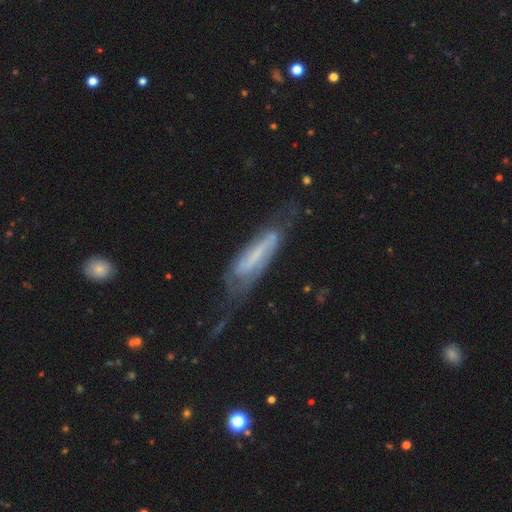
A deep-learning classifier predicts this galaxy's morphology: Smooth or featured: featured or disk — 64% (smooth — 28%)
Edge-on disk: no — 67% (yes — 33%)
Merging: none — 43% (minor disturbance — 27%)